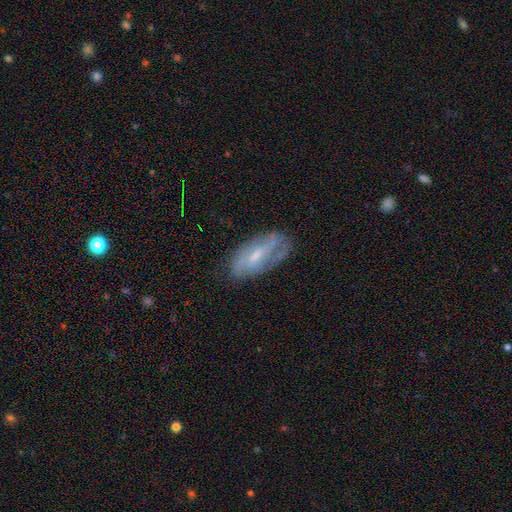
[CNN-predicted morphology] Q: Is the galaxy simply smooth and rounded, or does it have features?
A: featured or disk — 59%.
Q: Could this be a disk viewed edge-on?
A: no — 89%.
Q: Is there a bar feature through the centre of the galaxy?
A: weak — 46%.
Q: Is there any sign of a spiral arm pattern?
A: yes — 62%.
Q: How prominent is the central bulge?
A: small — 52%.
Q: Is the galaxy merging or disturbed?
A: none — 65%.